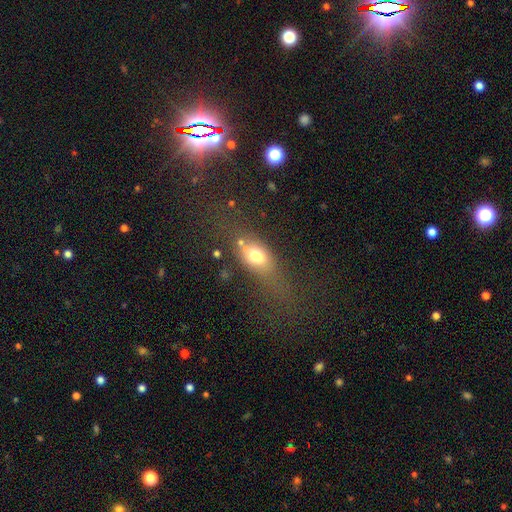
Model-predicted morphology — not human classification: A smooth galaxy with no disk features (67%) that is in between round and cigar-shaped (66%).

Vote fractions:
- Smooth or featured? smooth: 67% / featured or disk: 21% / star or artifact: 13%
- How rounded? in between: 66% / round: 22% / cigar-shaped: 13%
- Merging? none: 42% / major disturbance: 23% / minor disturbance: 21% / merger: 14%